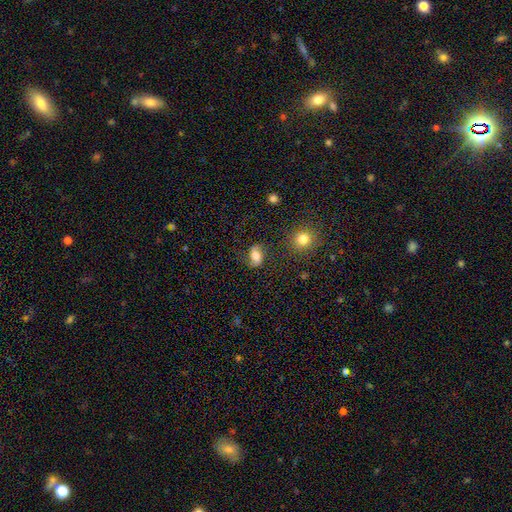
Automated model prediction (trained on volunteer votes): The model was most divided on "bar": no: 48%, weak: 36%, strong: 16%. Remaining: edge-on disk — no (96%); spiral arms — yes (90%); merging — none (73%); smooth or featured — featured or disk (52%); bulge size — moderate (44%).